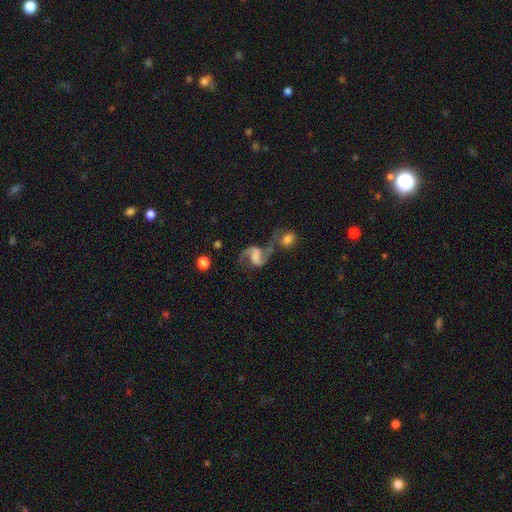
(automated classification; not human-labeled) A featured or disk galaxy (84%) with a weak bar (45%), 2 (92%) loose (57%) spiral arms (96%) and no central bulge (50%).

Vote fractions:
- Smooth or featured? featured or disk: 84% / smooth: 9% / star or artifact: 7%
- Edge-on disk? no: 98% / yes: 2%
- Bar? weak: 45% / no: 32% / strong: 24%
- Spiral arms? yes: 96% / no: 4%
- Spiral winding? loose: 57% / medium: 37% / tight: 6%
- Spiral arm count? 2: 92% / 1: 3% / can't tell: 2% / 3: 1% / 4: 1% / more than 4: 1%
- Bulge size? none: 50% / small: 19% / moderate: 18% / large: 10% / dominant: 2%
- Merging? none: 44% / merger: 28% / minor disturbance: 15% / major disturbance: 13%